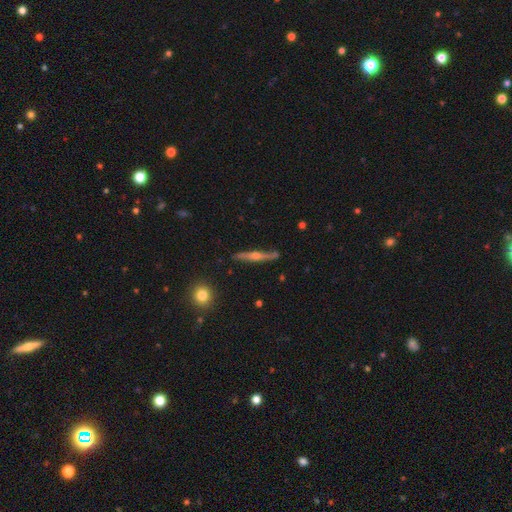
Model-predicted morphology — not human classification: Smooth or featured? Predicted: featured or disk (p=0.76). Edge-on disk? Predicted: yes (p=0.96). Edge-on bulge? Predicted: rounded (p=0.90). Merging? Predicted: none (p=0.83).